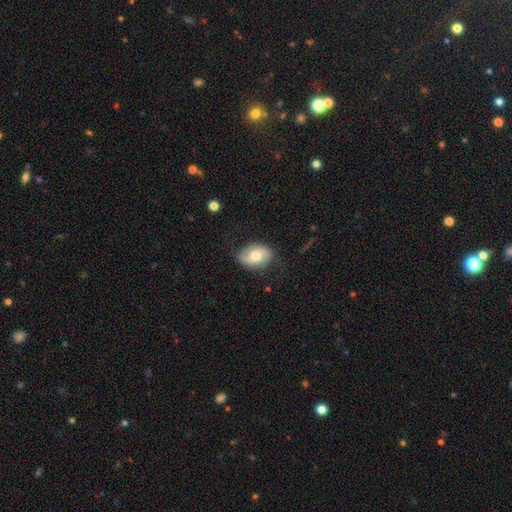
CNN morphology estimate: Overall: smooth (59%; featured or disk 34%). How rounded: in between (76%). Merging: none (74%).